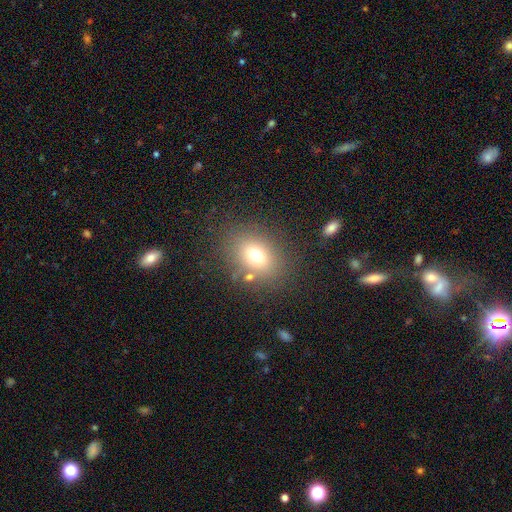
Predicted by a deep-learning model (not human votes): The model was most divided on "how rounded": in between: 62%, round: 37%, cigar-shaped: 1%. More confident: merging — none (78%); smooth or featured — smooth (72%).